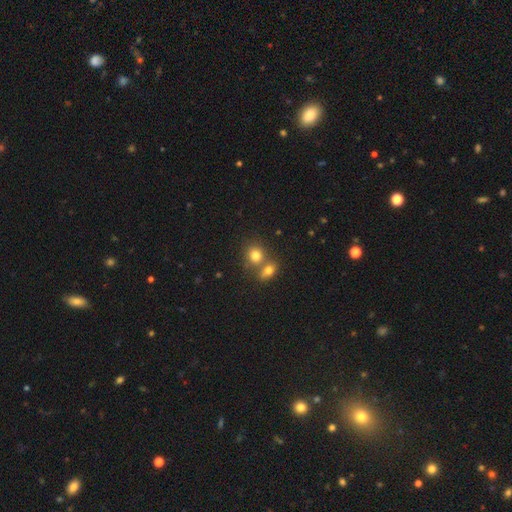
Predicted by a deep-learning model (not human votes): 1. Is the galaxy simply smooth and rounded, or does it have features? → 79% smooth, 12% star or artifact, 10% featured or disk.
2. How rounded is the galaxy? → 73% round, 26% in between, 1% cigar-shaped.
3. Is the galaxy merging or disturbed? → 46% merger, 43% none, 8% minor disturbance, 3% major disturbance.